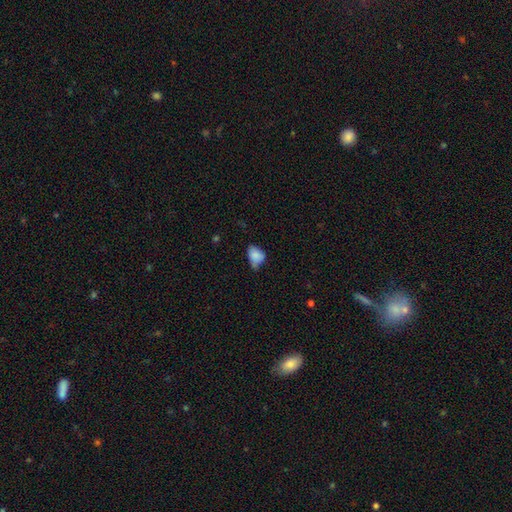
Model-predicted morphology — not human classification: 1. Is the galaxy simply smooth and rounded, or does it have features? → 79% smooth, 12% featured or disk, 9% star or artifact.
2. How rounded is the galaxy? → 77% in between, 22% round, 1% cigar-shaped.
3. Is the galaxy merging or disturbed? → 45% minor disturbance, 36% none, 13% major disturbance, 6% merger.